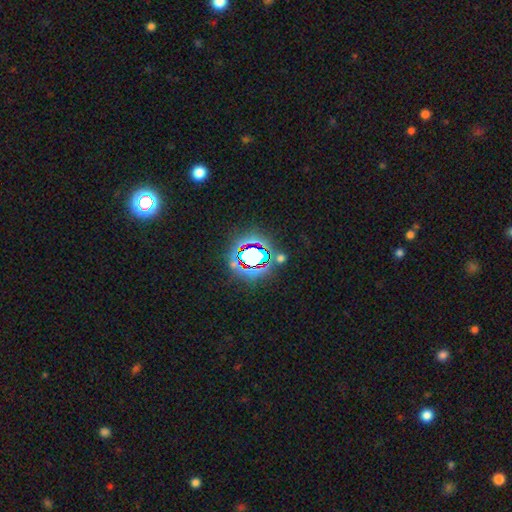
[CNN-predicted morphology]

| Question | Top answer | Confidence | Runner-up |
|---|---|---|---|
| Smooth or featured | star or artifact | 69% | smooth (18%) |